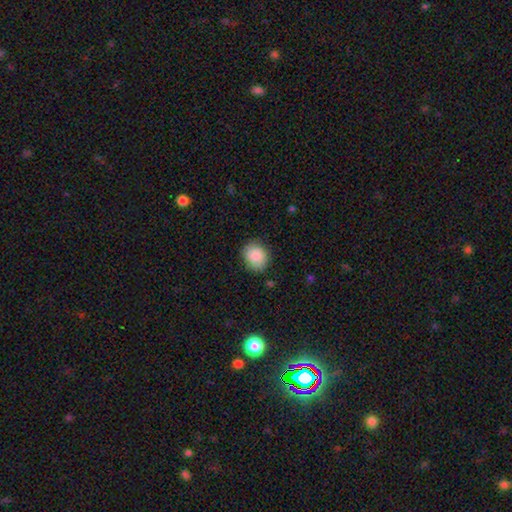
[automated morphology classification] Smooth or featured: smooth — 87% (star or artifact — 7%)
How rounded: round — 67% (in between — 32%)
Merging: none — 81% (minor disturbance — 14%)